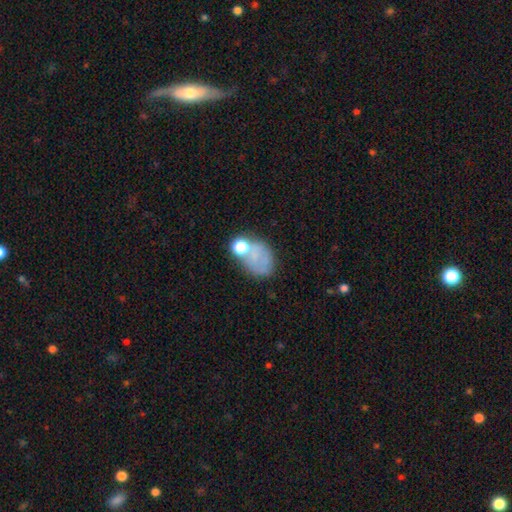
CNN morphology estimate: A smooth galaxy with no disk features (61%) that is in between round and cigar-shaped (67%). Merging: none (41%).